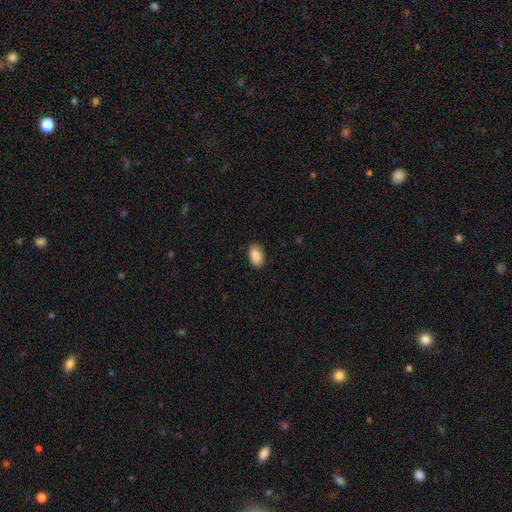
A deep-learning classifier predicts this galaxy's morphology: smooth-or-featured: smooth: 90% | star or artifact: 7% | featured or disk: 3%
  how-rounded: in between: 93% | round: 5% | cigar-shaped: 2%
  merging: none: 86% | minor disturbance: 11% | major disturbance: 2% | merger: 1%